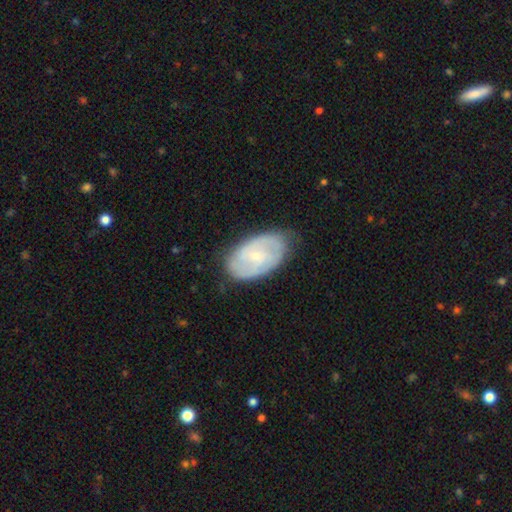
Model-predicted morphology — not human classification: Smooth or featured? Predicted: featured or disk (p=0.68). Edge-on disk? Predicted: no (p=0.96). Bar? Predicted: no (p=0.59). Spiral arms? Predicted: yes (p=0.82). Spiral winding? Predicted: tight (p=0.51). Spiral arm count? Predicted: 2 (p=0.49). Bulge size? Predicted: small (p=0.75). Merging? Predicted: none (p=0.77).